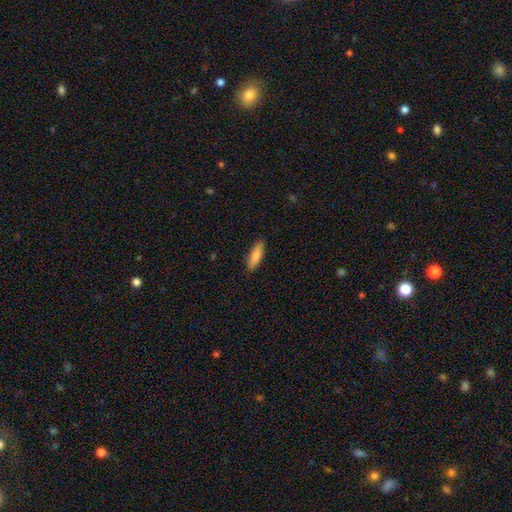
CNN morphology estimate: Smooth or featured? Predicted: smooth (p=0.86). How rounded? Predicted: cigar-shaped (p=0.50). Merging? Predicted: none (p=0.87).